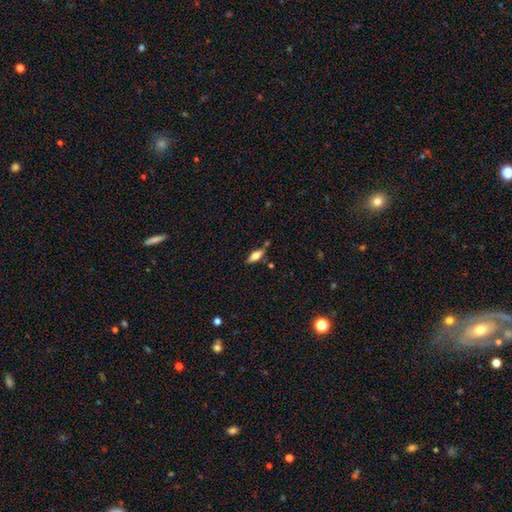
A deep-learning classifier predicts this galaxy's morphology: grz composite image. It shows a smooth galaxy with no disk features (57%) that is in between round and cigar-shaped (61%). Merging: none (74%).